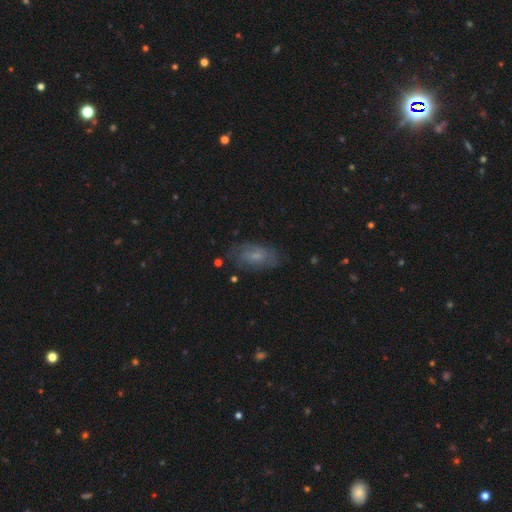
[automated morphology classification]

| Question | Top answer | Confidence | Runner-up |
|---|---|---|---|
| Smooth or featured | smooth | 48% | featured or disk (42%) |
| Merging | none | 70% | minor disturbance (20%) |